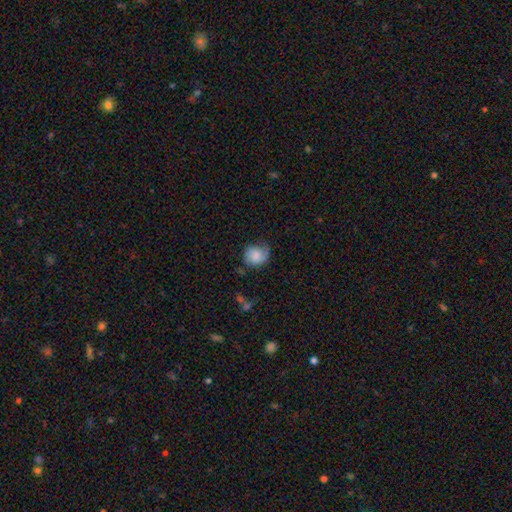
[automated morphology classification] Smooth or featured: smooth — 49% (featured or disk — 43%)
Merging: none — 55% (minor disturbance — 28%)